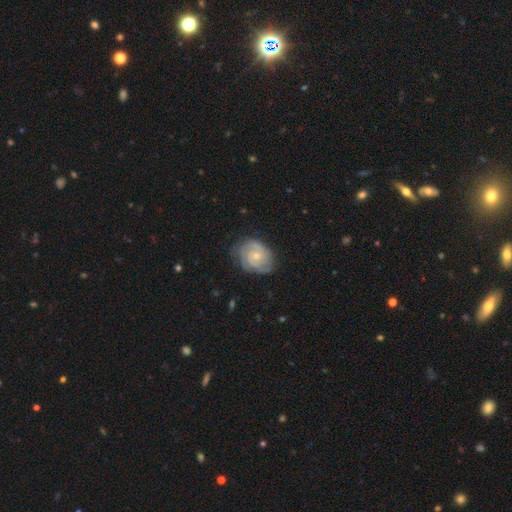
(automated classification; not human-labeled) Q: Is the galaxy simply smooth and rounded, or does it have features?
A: featured or disk — 79%.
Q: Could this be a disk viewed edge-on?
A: no — 98%.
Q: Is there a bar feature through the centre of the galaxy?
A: no — 73%.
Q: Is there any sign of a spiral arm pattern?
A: yes — 94%.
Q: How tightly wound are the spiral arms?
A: tight — 68%.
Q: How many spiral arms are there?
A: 2 — 44%.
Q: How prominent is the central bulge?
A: small — 61%.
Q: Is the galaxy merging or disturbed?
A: none — 72%.